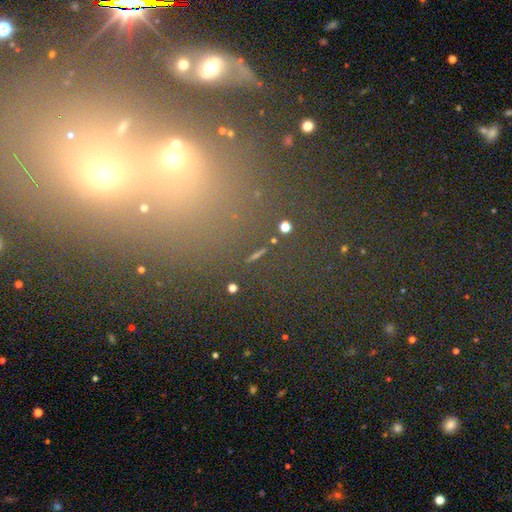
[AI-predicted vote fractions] Smooth or featured? star or artifact (61%)